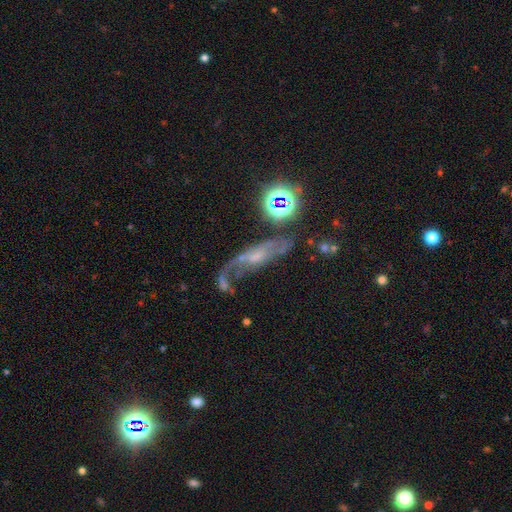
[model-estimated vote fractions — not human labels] The model was most divided on "merging": none: 39%, major disturbance: 29%, minor disturbance: 19%, merger: 13%. More confident: edge-on disk — no (82%); smooth or featured — featured or disk (59%).